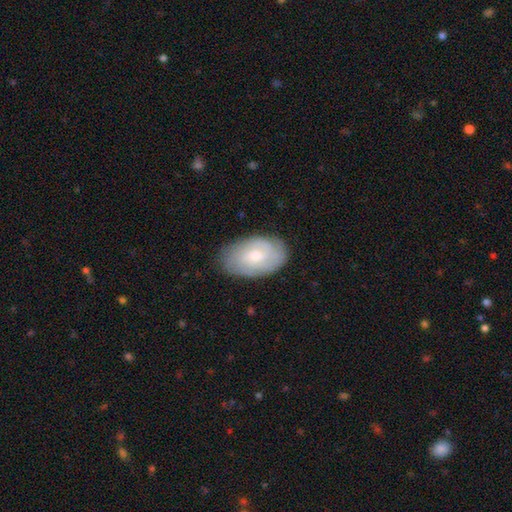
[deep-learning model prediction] Overall: featured or disk (50%; smooth 43%). Edge-on disk: no (94%). Merging: none (80%).